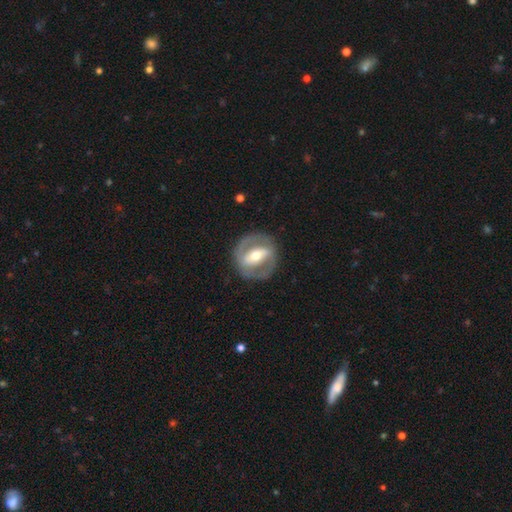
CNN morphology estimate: The model was most divided on "bar": strong: 59%, weak: 26%, no: 15%. More confident: edge-on disk — no (95%); merging — none (84%); smooth or featured — featured or disk (78%); bulge size — moderate (68%); spiral arms — yes (67%).